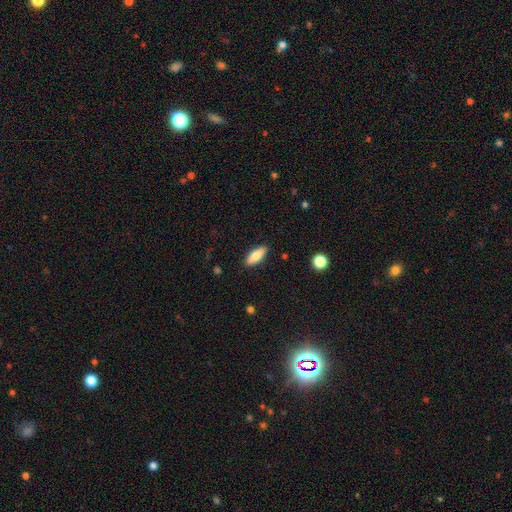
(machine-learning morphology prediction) This appears to be a smooth galaxy with no disk features (80%) that is in between round and cigar-shaped (68%). Merging: none (88%).